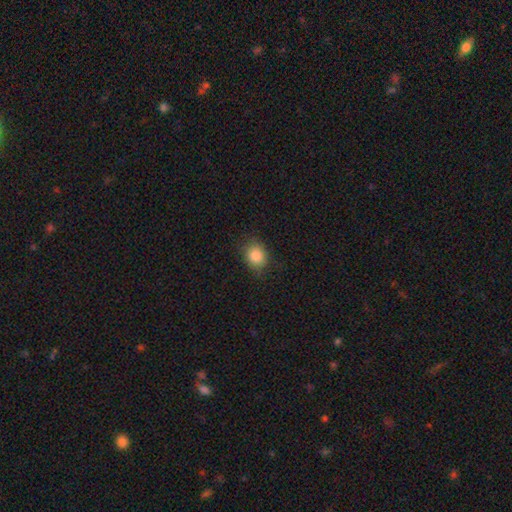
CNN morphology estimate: type=smooth (85%); roundness=round (61%); merging=none (82%).